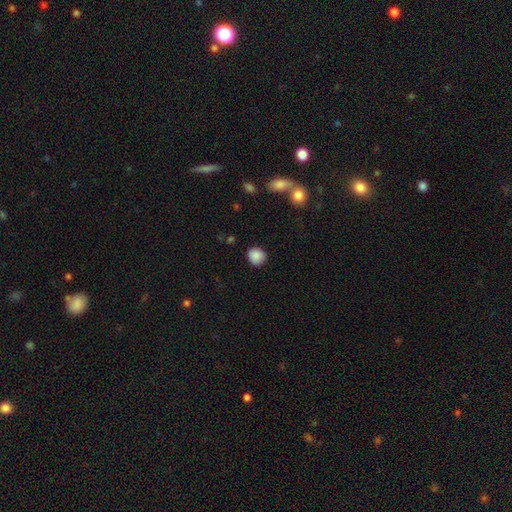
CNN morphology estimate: Smooth or featured? smooth (88%)
How rounded? round (86%)
Merging? none (85%)